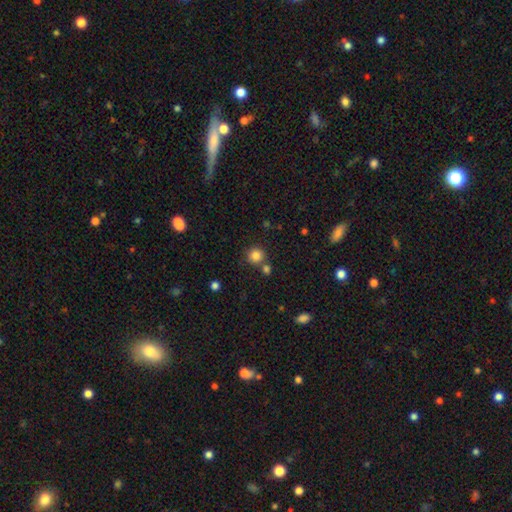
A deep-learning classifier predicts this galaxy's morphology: type=smooth (83%); roundness=round (92%); merging=none (72%).